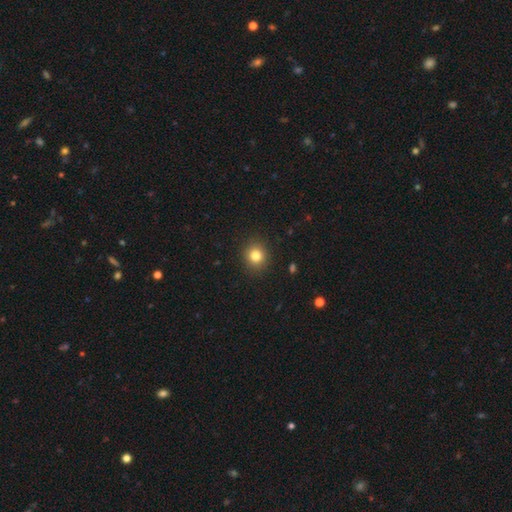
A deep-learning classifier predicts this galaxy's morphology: A smooth galaxy with no disk features (82%) that is round (83%).

Vote fractions:
- Smooth or featured? smooth: 82% / star or artifact: 11% / featured or disk: 6%
- How rounded? round: 83% / in between: 16% / cigar-shaped: 1%
- Merging? none: 90% / minor disturbance: 7% / major disturbance: 2% / merger: 1%